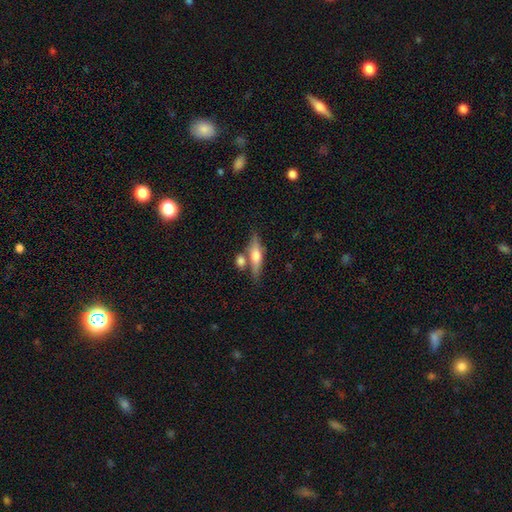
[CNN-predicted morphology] This is possibly a featured or disk galaxy (52%). It is clearly viewed edge-on (93%). Merging: likely none (66%).